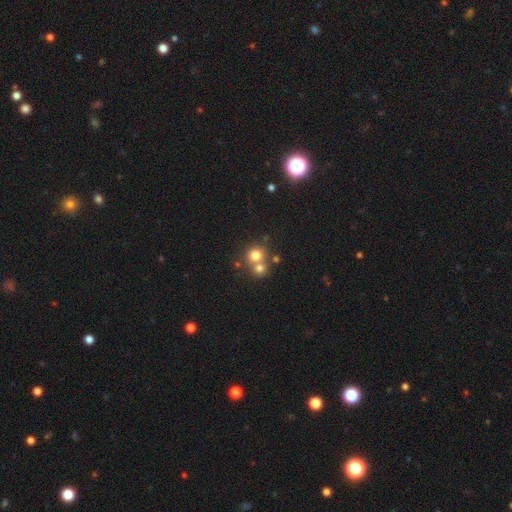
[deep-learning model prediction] smooth_or_featured: smooth (p=0.74) [alt: star or artifact p=0.14]
how_rounded: round (p=0.87) [alt: in between p=0.12]
merging: none (p=0.47) [alt: merger p=0.44]